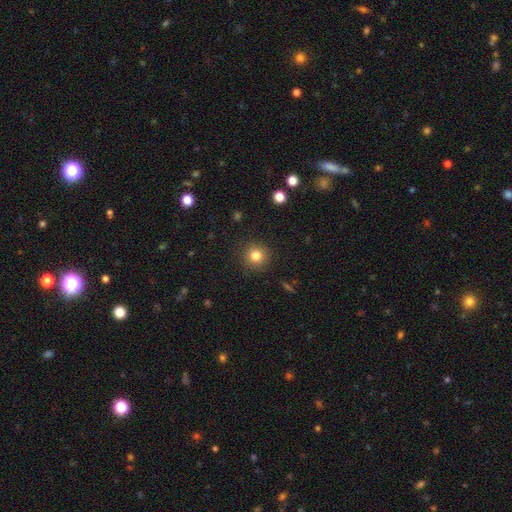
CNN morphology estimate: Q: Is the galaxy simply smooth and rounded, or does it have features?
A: smooth — 81%.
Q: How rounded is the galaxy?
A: round — 93%.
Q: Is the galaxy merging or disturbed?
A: none — 90%.